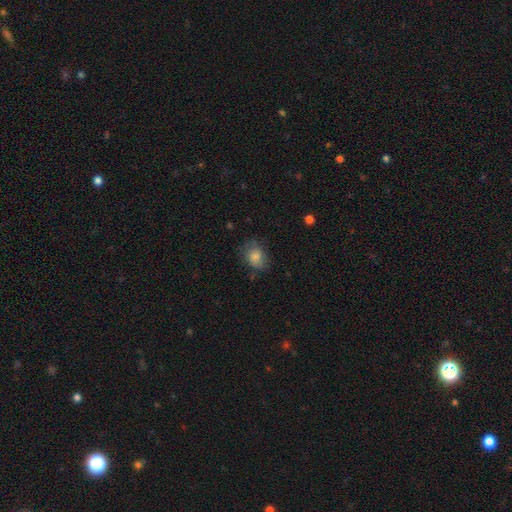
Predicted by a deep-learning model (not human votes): A smooth galaxy with no disk features (76%) that is in between round and cigar-shaped (57%). Merging: none (72%).